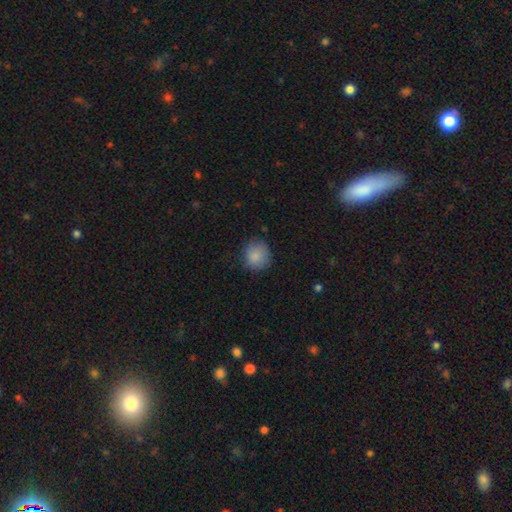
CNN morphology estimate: Overall: smooth (86%). How rounded: round (85%). Merging: none (79%).